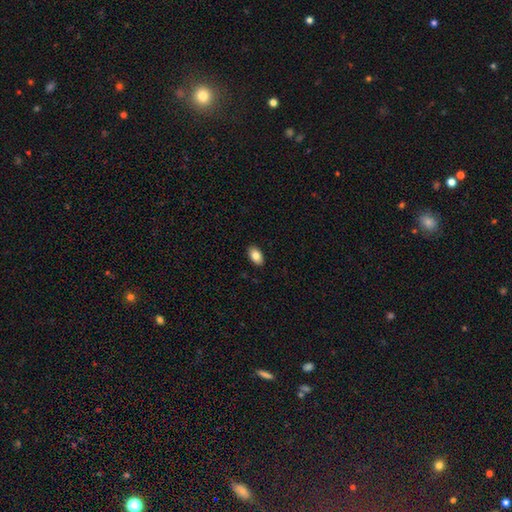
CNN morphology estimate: smooth-or-featured: smooth: 84% | featured or disk: 9% | star or artifact: 7%
  how-rounded: in between: 93% | round: 6% | cigar-shaped: 2%
  merging: none: 90% | minor disturbance: 7% | major disturbance: 2% | merger: 1%